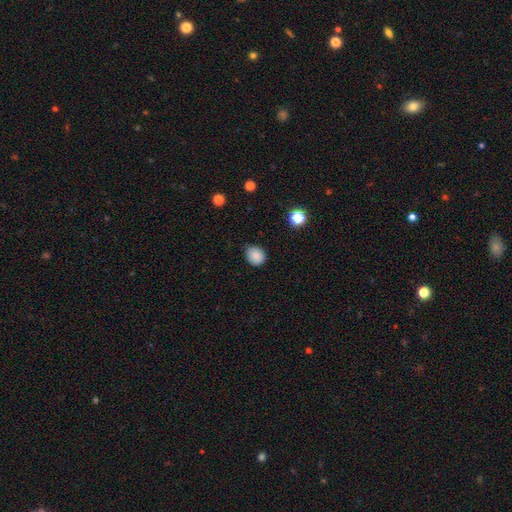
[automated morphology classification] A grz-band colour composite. It shows a smooth galaxy with no disk features (86%) that is round (67%). Merging: none (78%).